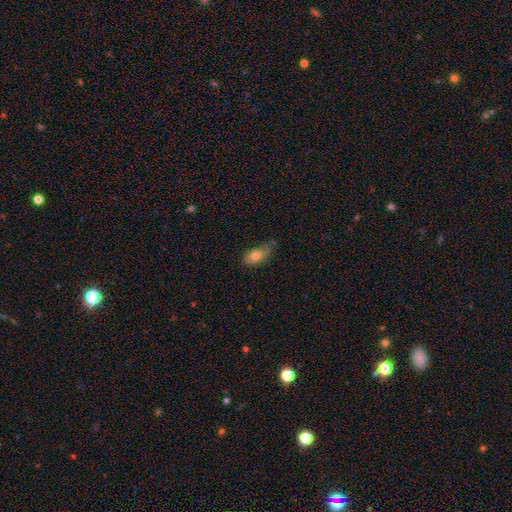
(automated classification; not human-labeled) This appears to be a smooth galaxy with no disk features (77%) that is in between round and cigar-shaped (86%). Merging: none (54%).